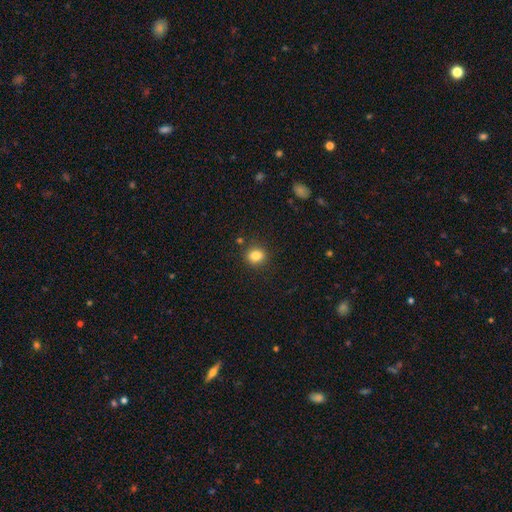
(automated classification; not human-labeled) A smooth galaxy with no disk features (84%) that is round (71%).

Vote fractions:
- Smooth or featured? smooth: 84% / star or artifact: 11% / featured or disk: 5%
- How rounded? round: 71% / in between: 28% / cigar-shaped: 1%
- Merging? none: 87% / minor disturbance: 8% / merger: 2% / major disturbance: 2%